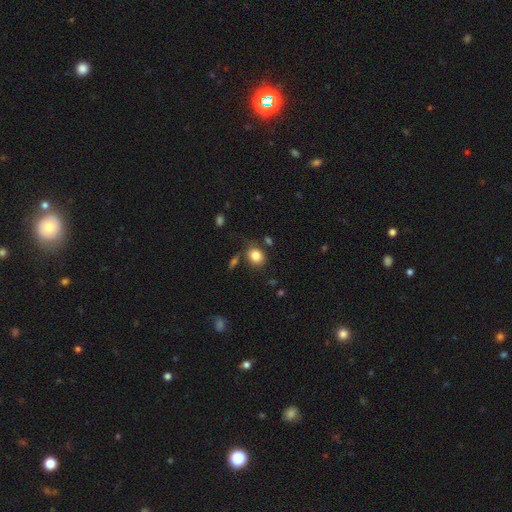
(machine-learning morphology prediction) Overall: smooth (83%). How rounded: round (60%; in between 39%). Merging: none (73%).